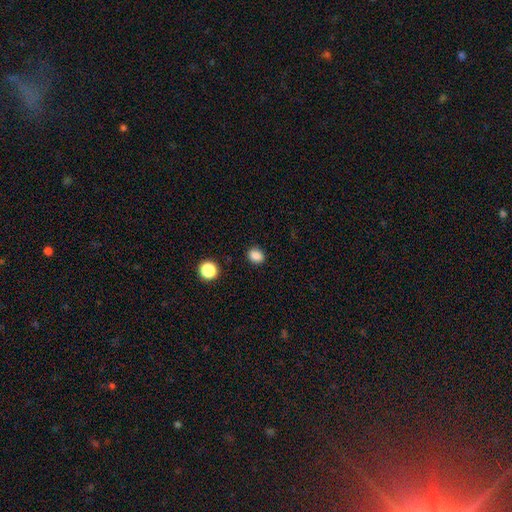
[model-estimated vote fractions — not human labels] Morphology: type=smooth (85%); roundness=round (51%); merging=none (88%).